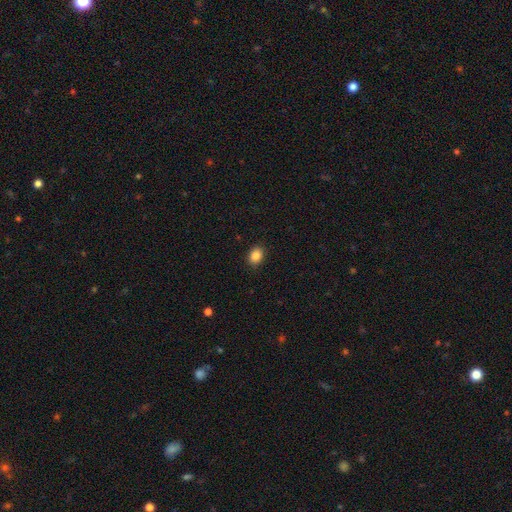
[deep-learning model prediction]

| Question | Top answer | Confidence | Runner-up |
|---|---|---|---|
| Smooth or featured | smooth | 87% | star or artifact (9%) |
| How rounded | in between | 61% | round (38%) |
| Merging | none | 90% | minor disturbance (7%) |